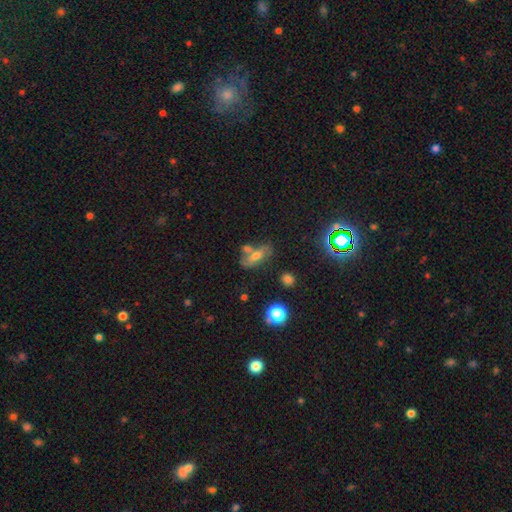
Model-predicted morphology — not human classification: A smooth galaxy with no disk features (46%).

Vote fractions:
- Smooth or featured? smooth: 46% / featured or disk: 33% / star or artifact: 21%
- Merging? none: 47% / merger: 27% / minor disturbance: 17% / major disturbance: 9%